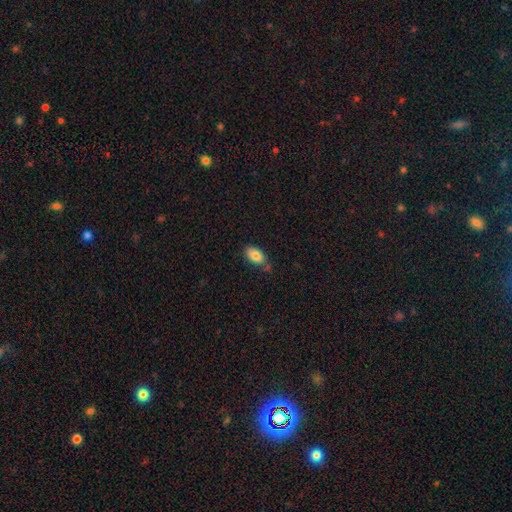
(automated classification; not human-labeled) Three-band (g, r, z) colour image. It shows a smooth galaxy with no disk features (83%) that is in between round and cigar-shaped (92%). Merging: none (68%).